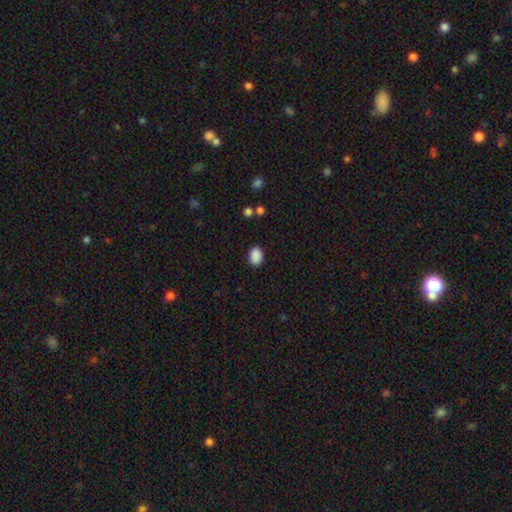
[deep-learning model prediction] A smooth galaxy with no disk features (89%) that is in between round and cigar-shaped (78%).

Vote fractions:
- Smooth or featured? smooth: 89% / star or artifact: 8% / featured or disk: 3%
- How rounded? in between: 78% / round: 21% / cigar-shaped: 1%
- Merging? none: 87% / minor disturbance: 9% / major disturbance: 2% / merger: 1%